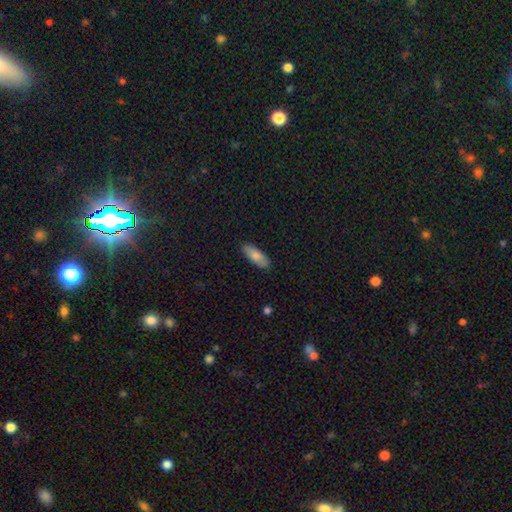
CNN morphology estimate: smooth_or_featured: smooth (p=0.81) [alt: featured or disk p=0.13]
how_rounded: in between (p=0.76) [alt: cigar-shaped p=0.22]
merging: none (p=0.88) [alt: minor disturbance p=0.09]